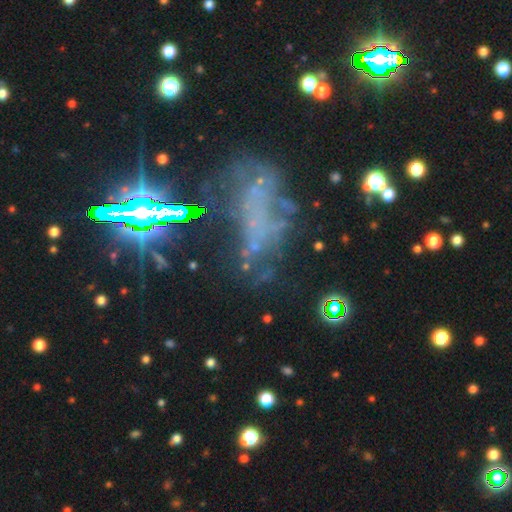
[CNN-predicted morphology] The model was most divided on "smooth or featured": star or artifact: 43%, featured or disk: 35%, smooth: 22%.